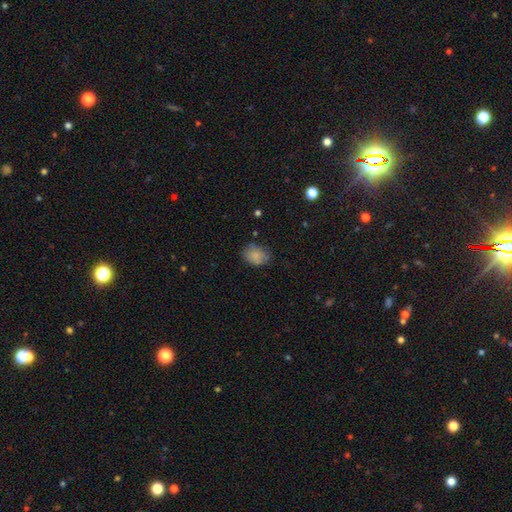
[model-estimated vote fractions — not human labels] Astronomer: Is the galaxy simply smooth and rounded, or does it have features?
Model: smooth — 81%.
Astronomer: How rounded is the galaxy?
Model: in between — 59% (runner-up: round, 40%).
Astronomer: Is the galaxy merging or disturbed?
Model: none — 69%.